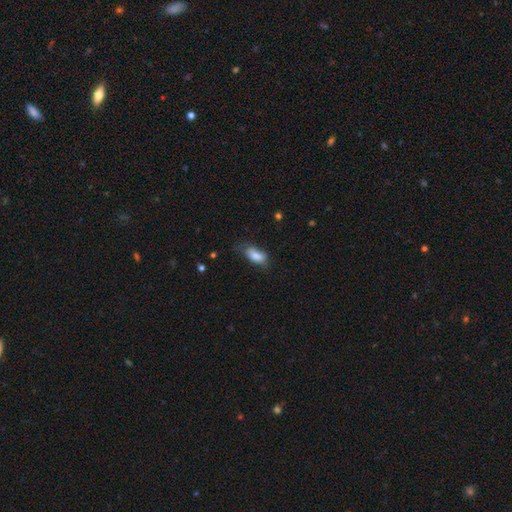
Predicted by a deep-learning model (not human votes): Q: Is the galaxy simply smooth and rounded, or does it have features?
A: smooth — 77%.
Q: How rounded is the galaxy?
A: in between — 86%.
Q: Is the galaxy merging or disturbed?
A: none — 45%.